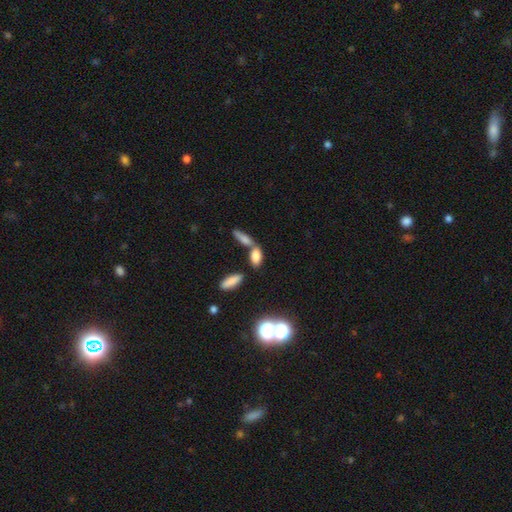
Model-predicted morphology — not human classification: Smooth or featured?
  - smooth: 75% *
  - featured or disk: 12%
  - star or artifact: 12%
How rounded?
  - in between: 76% *
  - cigar-shaped: 18%
  - round: 6%
Merging?
  - none: 45% *
  - merger: 40%
  - minor disturbance: 10%
  - major disturbance: 5%